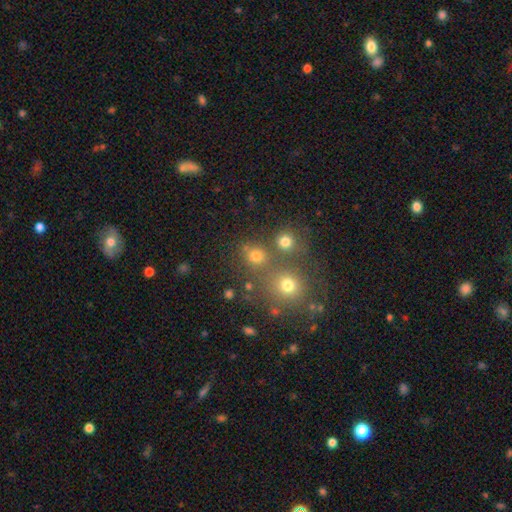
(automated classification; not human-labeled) This is likely a smooth galaxy (74%). How rounded: clearly round (85%). Merging: likely none (65%).